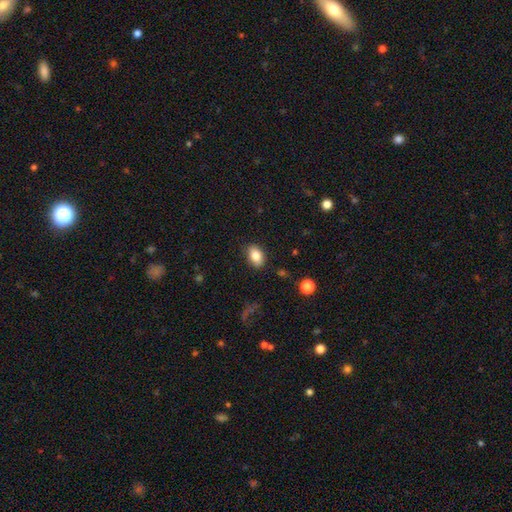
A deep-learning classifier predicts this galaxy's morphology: This is clearly a smooth galaxy (83%). How rounded: clearly in between (86%). Merging: clearly none (86%).